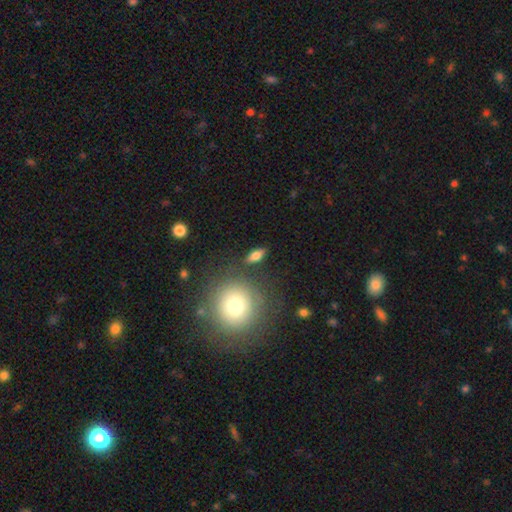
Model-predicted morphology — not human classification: Smooth or featured? smooth (73%)
How rounded? in between (70%)
Merging? none (82%)